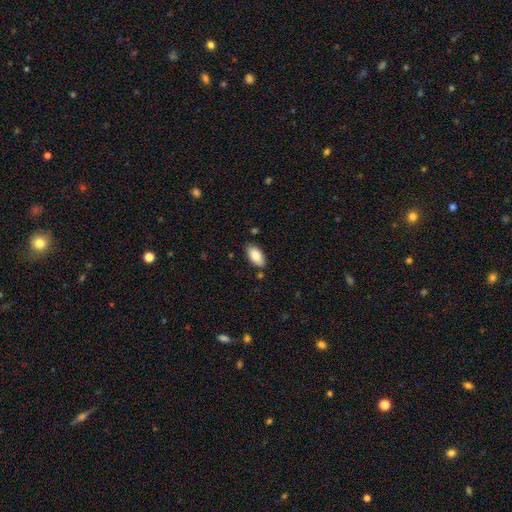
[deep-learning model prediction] smooth-or-featured: smooth: 85% | featured or disk: 9% | star or artifact: 6%
  how-rounded: in between: 94% | cigar-shaped: 4% | round: 2%
  merging: none: 83% | minor disturbance: 12% | merger: 3% | major disturbance: 2%